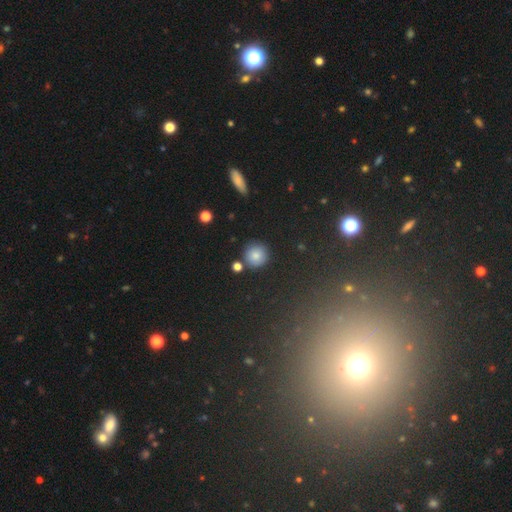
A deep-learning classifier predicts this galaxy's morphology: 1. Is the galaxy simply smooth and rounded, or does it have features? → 80% smooth, 12% star or artifact, 8% featured or disk.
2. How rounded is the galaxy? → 94% round, 5% in between, 1% cigar-shaped.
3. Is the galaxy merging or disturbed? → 85% none, 8% minor disturbance, 5% merger, 2% major disturbance.